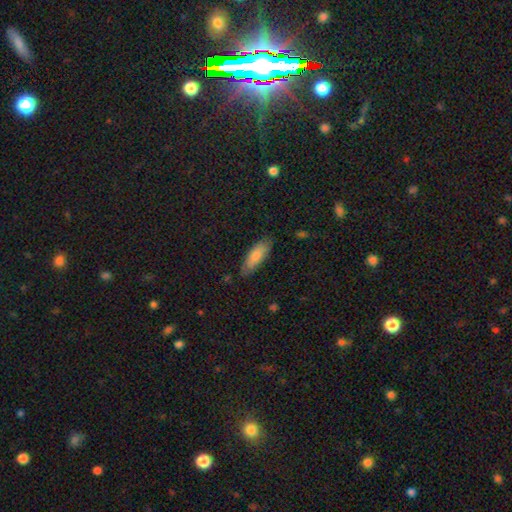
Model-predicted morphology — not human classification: Smooth or featured? Predicted: smooth (p=0.80). How rounded? Predicted: in between (p=0.62). Merging? Predicted: none (p=0.82).